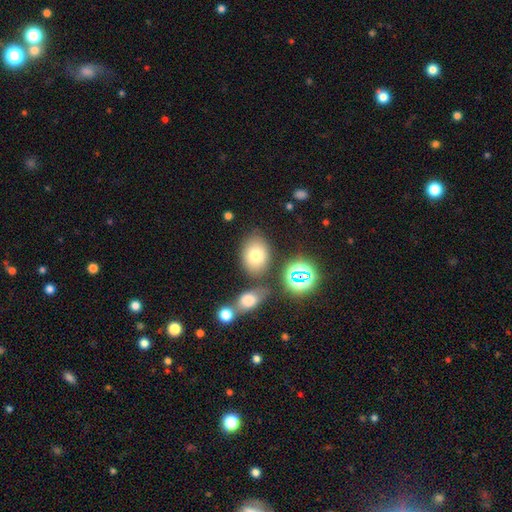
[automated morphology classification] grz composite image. It shows a smooth galaxy with no disk features (71%) that is in between round and cigar-shaped (69%). Merging: none (73%).